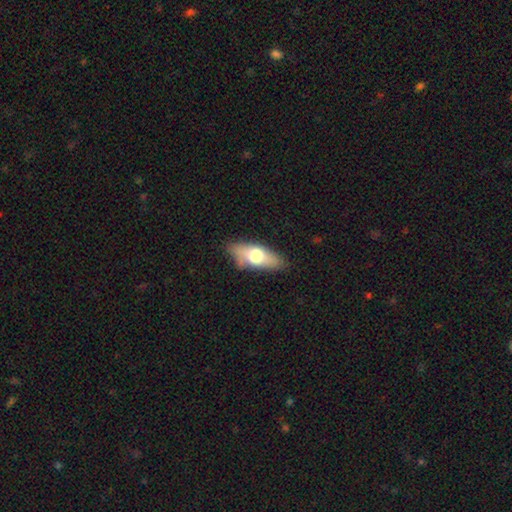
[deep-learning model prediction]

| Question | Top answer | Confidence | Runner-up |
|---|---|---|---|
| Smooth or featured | smooth | 60% | featured or disk (34%) |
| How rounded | in between | 70% | cigar-shaped (26%) |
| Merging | none | 71% | minor disturbance (20%) |